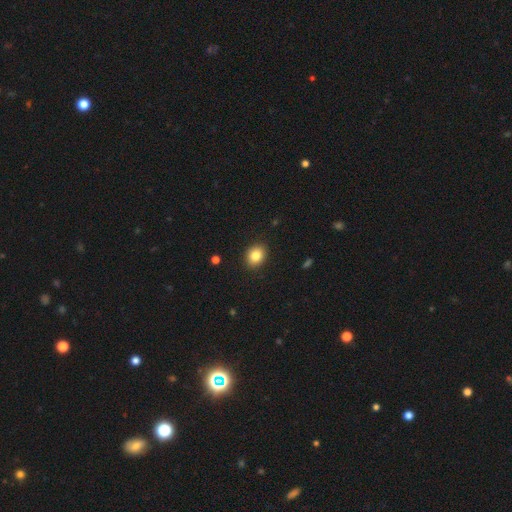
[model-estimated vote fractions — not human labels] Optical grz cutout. It shows a smooth galaxy with no disk features (84%) that is round (51%). Merging: none (90%).